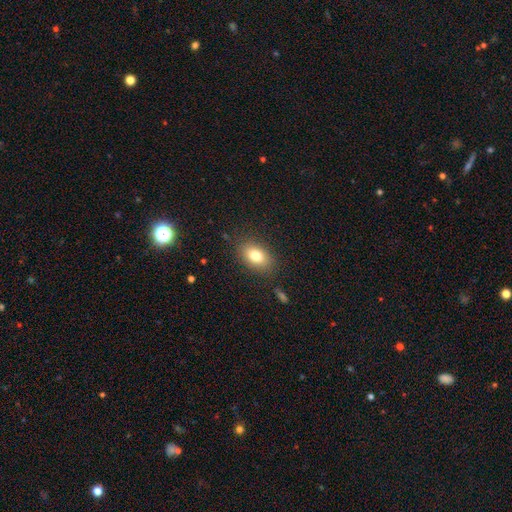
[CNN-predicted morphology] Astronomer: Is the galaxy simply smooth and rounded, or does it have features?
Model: smooth — 80%.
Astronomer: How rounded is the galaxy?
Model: in between — 84%.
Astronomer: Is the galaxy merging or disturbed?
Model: none — 83%.